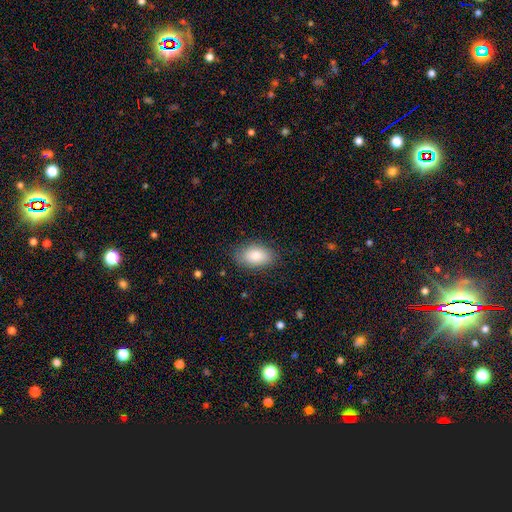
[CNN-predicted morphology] smooth 85%, featured or disk 8%, star or artifact 7%. Down the decision tree: how rounded — in between (92%); merging — none (82%).